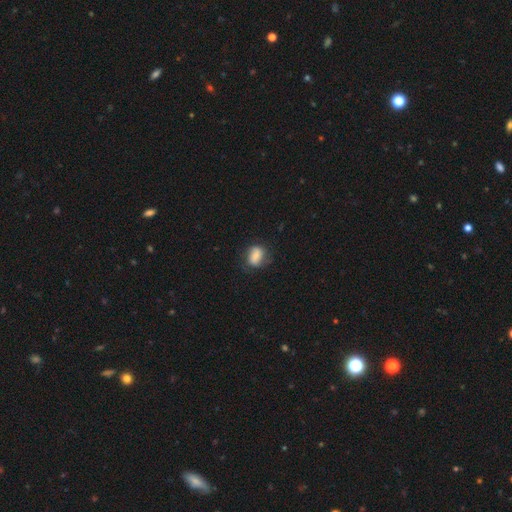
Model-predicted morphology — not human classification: smooth-or-featured: smooth: 73% | featured or disk: 18% | star or artifact: 9%
  how-rounded: in between: 68% | round: 30% | cigar-shaped: 2%
  merging: none: 64% | minor disturbance: 25% | major disturbance: 9% | merger: 2%